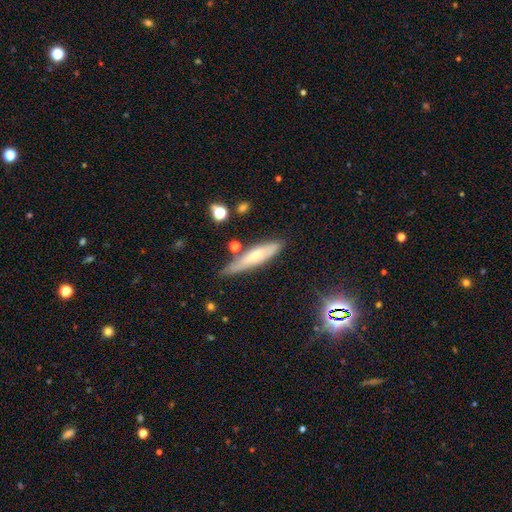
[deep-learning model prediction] A smooth galaxy with no disk features (55%) that is cigar-shaped (78%). Merging: none (71%).